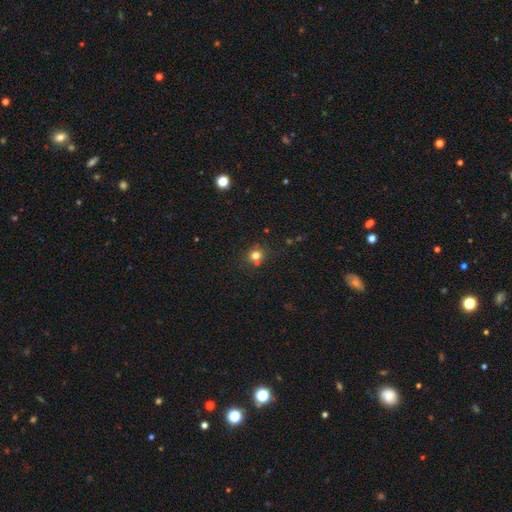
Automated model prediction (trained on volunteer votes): smooth_or_featured: smooth (p=0.76) [alt: star or artifact p=0.16]
how_rounded: round (p=0.84) [alt: in between p=0.15]
merging: none (p=0.69) [alt: merger p=0.16]